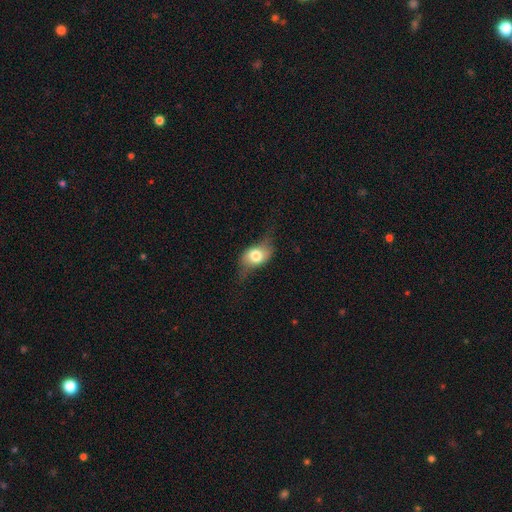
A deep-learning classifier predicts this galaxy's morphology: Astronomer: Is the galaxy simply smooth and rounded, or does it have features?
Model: smooth — 57% (runner-up: featured or disk, 36%).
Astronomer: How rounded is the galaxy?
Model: in between — 72%.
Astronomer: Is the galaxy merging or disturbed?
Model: none — 55%.